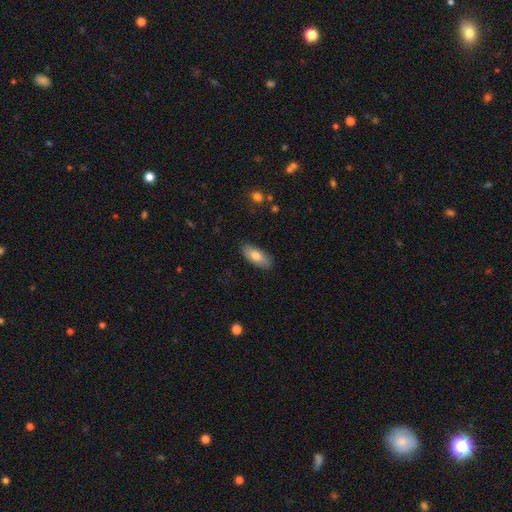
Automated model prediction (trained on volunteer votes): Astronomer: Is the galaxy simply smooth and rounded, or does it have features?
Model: smooth — 76%.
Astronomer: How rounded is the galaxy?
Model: in between — 89%.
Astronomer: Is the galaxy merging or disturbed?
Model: none — 86%.